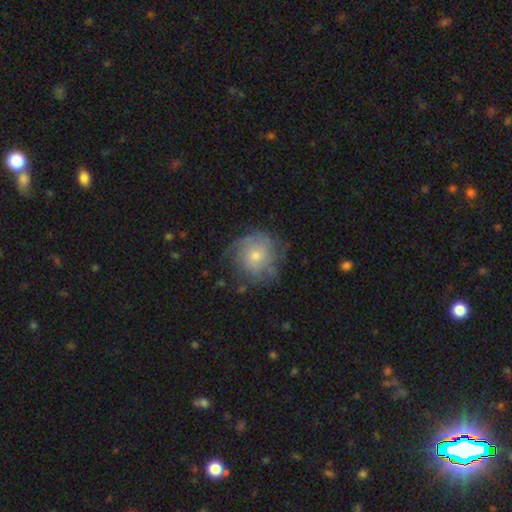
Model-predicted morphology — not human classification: Smooth or featured? featured or disk (48%)
Merging? none (70%)